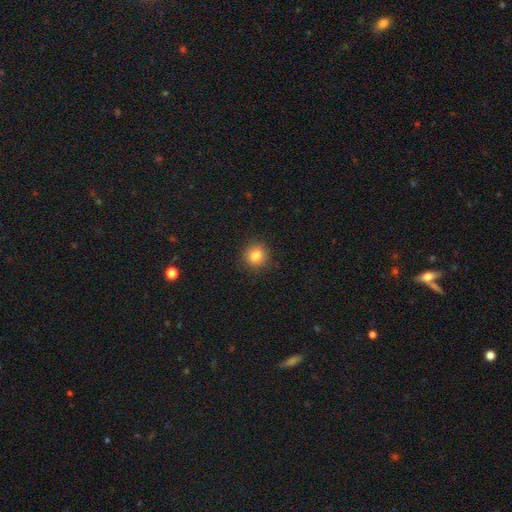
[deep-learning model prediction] Morphology: type=smooth (83%); roundness=round (89%); merging=none (89%).